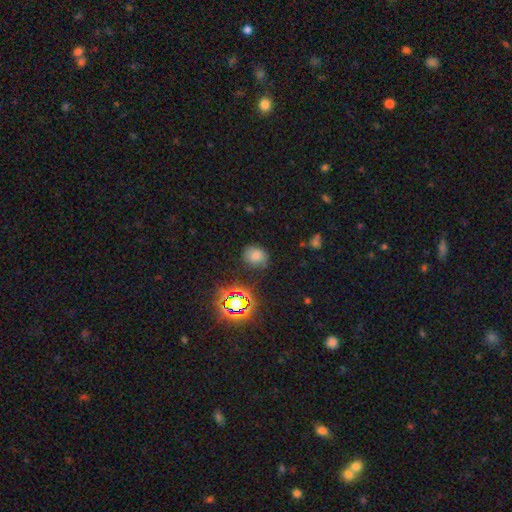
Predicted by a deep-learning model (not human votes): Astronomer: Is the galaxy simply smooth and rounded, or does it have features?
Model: smooth — 61%.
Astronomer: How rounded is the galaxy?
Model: round — 62% (runner-up: in between, 37%).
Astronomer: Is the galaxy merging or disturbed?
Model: none — 76%.